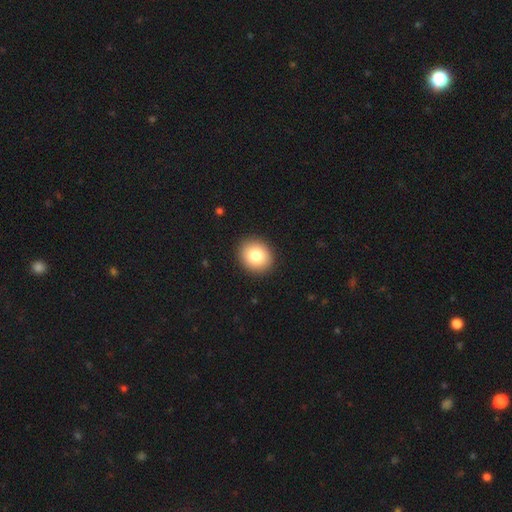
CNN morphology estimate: This appears to be a smooth galaxy with no disk features (82%) that is round (69%). Merging: none (92%).